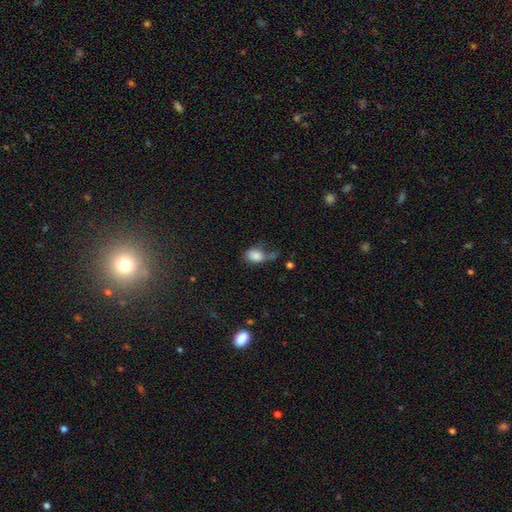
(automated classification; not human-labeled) Q: Smooth or featured?
A: smooth (83%); runner-up: star or artifact (9%)
Q: How rounded?
A: in between (77%); runner-up: round (22%)
Q: Merging?
A: none (36%); runner-up: minor disturbance (29%)